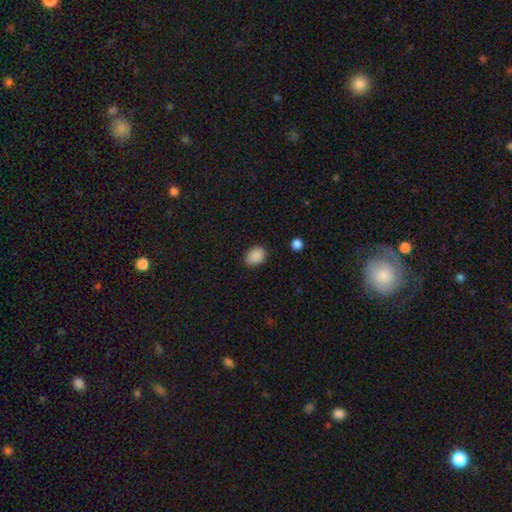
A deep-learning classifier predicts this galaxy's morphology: Smooth or featured?
  - smooth: 89% *
  - star or artifact: 8%
  - featured or disk: 3%
How rounded?
  - in between: 78% *
  - round: 21%
  - cigar-shaped: 1%
Merging?
  - none: 81% *
  - minor disturbance: 15%
  - major disturbance: 3%
  - merger: 1%